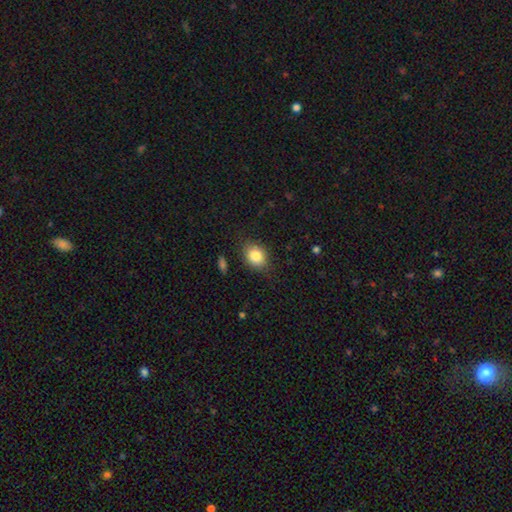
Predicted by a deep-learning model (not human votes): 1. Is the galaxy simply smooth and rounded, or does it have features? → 82% smooth, 9% star or artifact, 8% featured or disk.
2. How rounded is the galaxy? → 56% in between, 42% round, 1% cigar-shaped.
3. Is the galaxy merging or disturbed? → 82% none, 14% minor disturbance, 3% major disturbance, 1% merger.